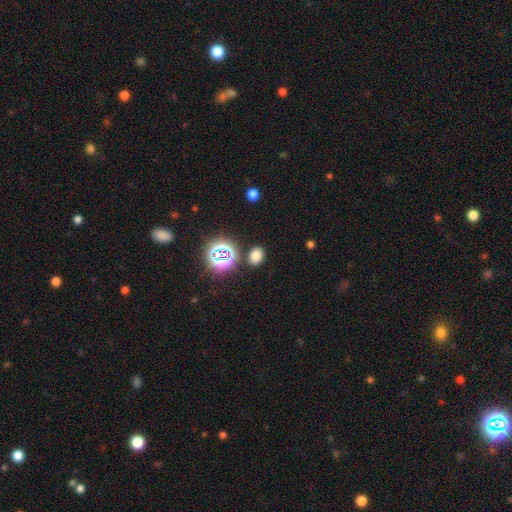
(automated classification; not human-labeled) Overall: smooth (71%). How rounded: in between (67%; round 32%). Merging: none (84%).